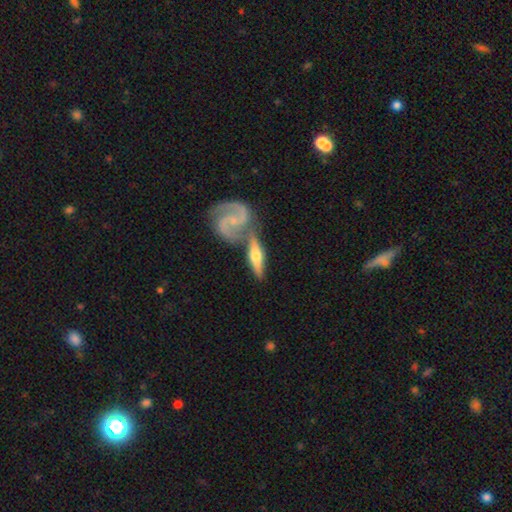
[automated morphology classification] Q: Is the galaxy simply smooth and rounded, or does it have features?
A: featured or disk — 70%.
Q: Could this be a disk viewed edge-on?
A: yes — 70%.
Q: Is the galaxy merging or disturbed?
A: none — 47%.